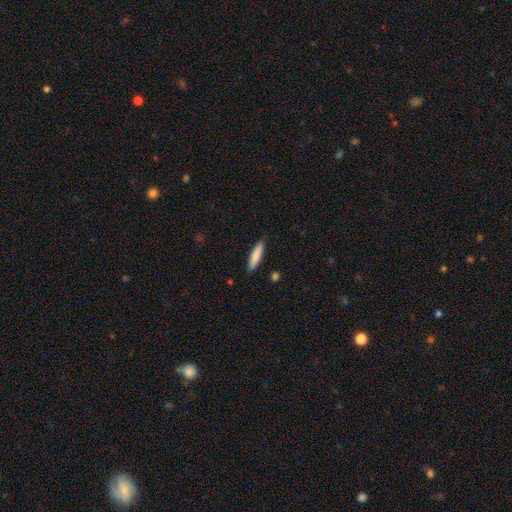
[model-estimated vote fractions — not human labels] Q: Smooth or featured?
A: smooth (83%); runner-up: featured or disk (11%)
Q: How rounded?
A: cigar-shaped (81%); runner-up: in between (17%)
Q: Merging?
A: none (89%); runner-up: minor disturbance (8%)